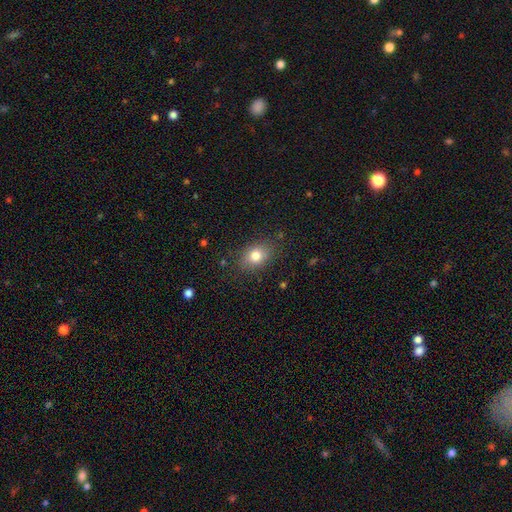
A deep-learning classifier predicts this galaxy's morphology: Overall: smooth (80%). How rounded: in between (66%; round 33%). Merging: none (83%).